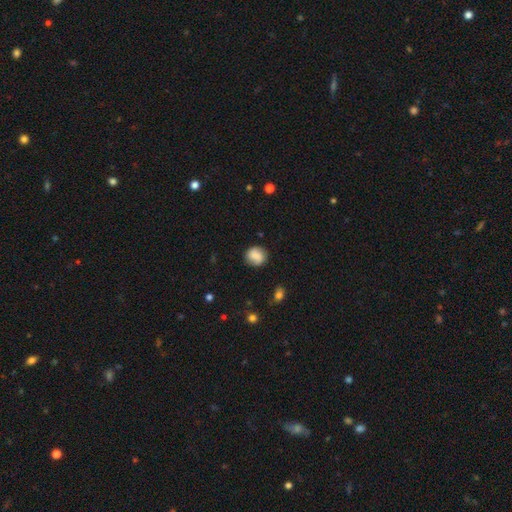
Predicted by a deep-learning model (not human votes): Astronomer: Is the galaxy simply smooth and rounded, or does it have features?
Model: smooth — 78%.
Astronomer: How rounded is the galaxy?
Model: round — 80%.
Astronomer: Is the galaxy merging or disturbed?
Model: none — 76%.